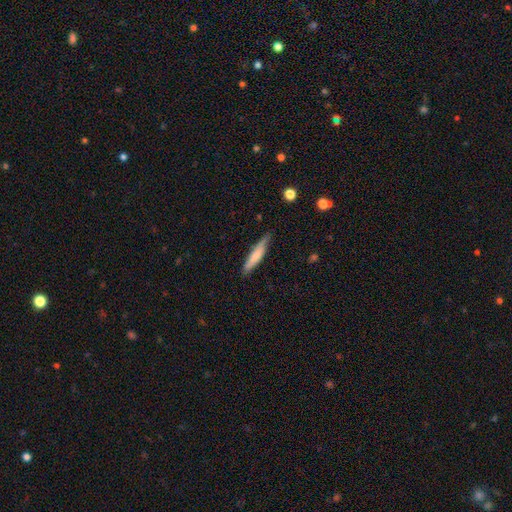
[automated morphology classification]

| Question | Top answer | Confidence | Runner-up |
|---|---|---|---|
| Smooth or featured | smooth | 68% | featured or disk (27%) |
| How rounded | cigar-shaped | 85% | in between (13%) |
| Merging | none | 77% | minor disturbance (19%) |